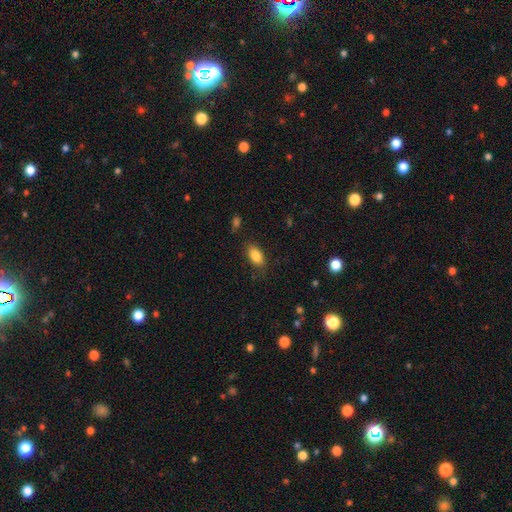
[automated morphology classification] This is clearly a smooth galaxy (85%). How rounded: clearly in between (90%). Merging: clearly none (82%).